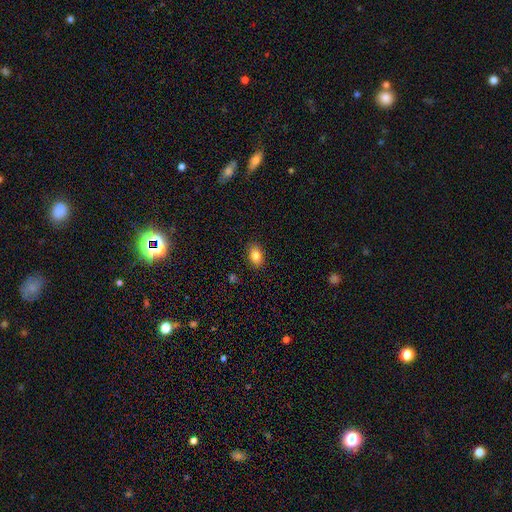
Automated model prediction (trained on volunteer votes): Smooth or featured? Predicted: smooth (p=0.83). How rounded? Predicted: in between (p=0.84). Merging? Predicted: none (p=0.88).